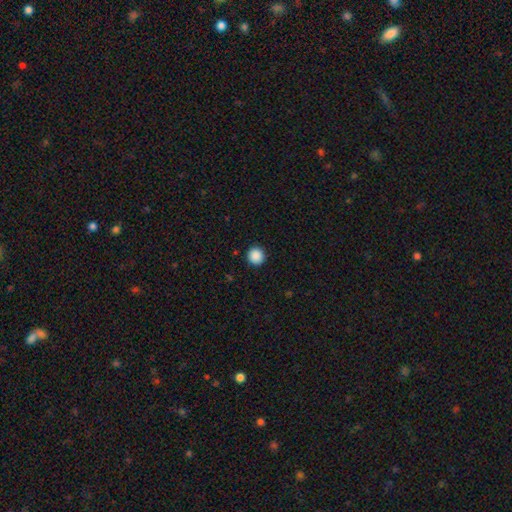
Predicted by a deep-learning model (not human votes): The model was most divided on "smooth or featured": smooth: 89%, star or artifact: 9%, featured or disk: 2%. More confident: how rounded — round (95%); merging — none (93%).